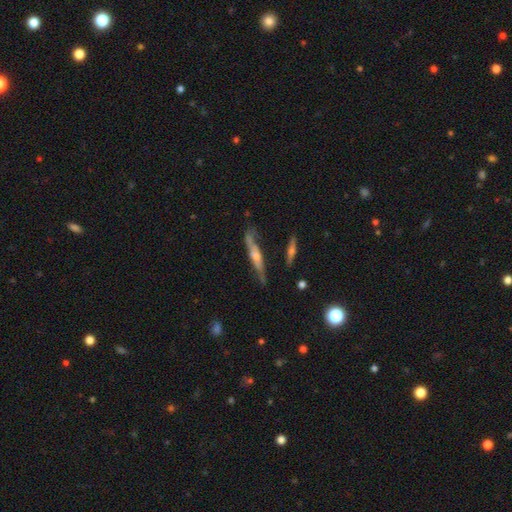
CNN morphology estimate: Smooth or featured? featured or disk (71%)
Edge-on disk? yes (87%)
Edge-on bulge? rounded (73%)
Merging? none (64%)